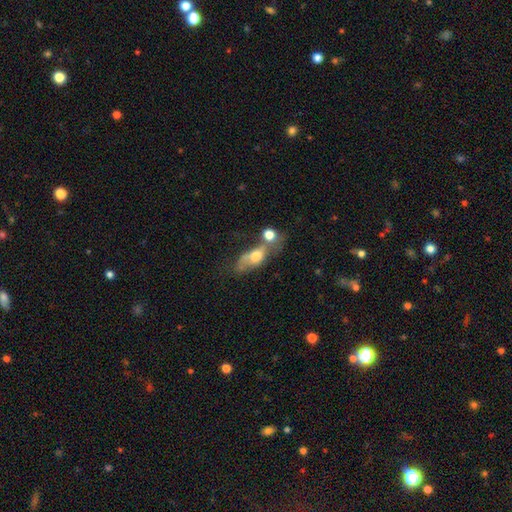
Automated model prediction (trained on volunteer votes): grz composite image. It shows a smooth galaxy with no disk features (59%) that is in between round and cigar-shaped (71%). Merging: merger (43%).